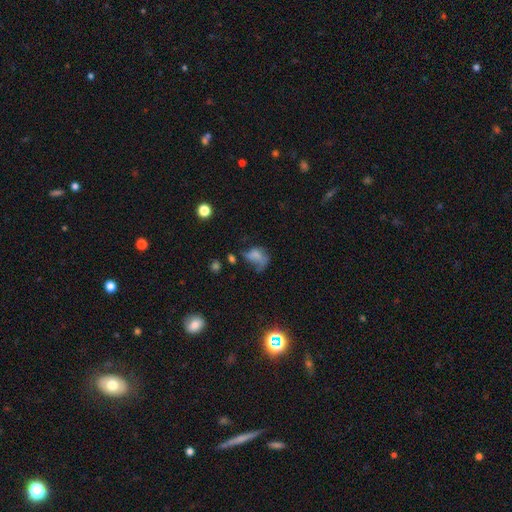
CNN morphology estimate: smooth 51%, featured or disk 32%, star or artifact 17%. Down the decision tree: how rounded — in between (71%); merging — major disturbance (46%).